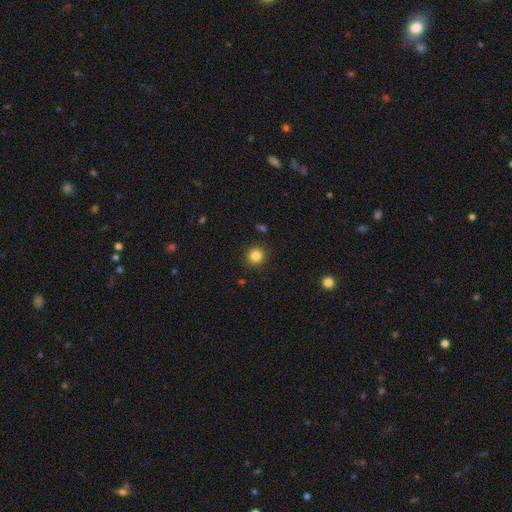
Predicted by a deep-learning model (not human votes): Q: Smooth or featured?
A: smooth (84%); runner-up: star or artifact (11%)
Q: How rounded?
A: round (90%); runner-up: in between (9%)
Q: Merging?
A: none (90%); runner-up: minor disturbance (6%)